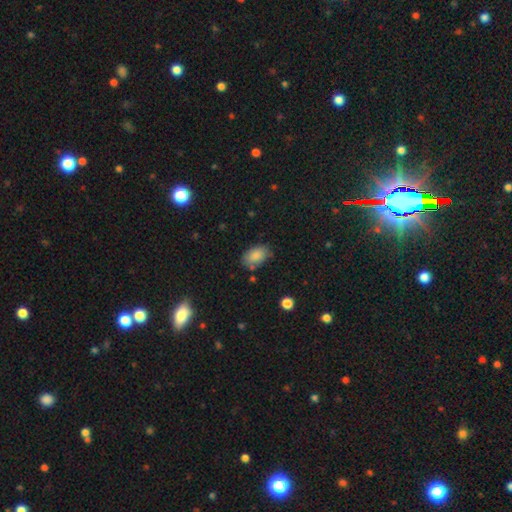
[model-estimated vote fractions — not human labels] Q: Smooth or featured?
A: smooth (86%); runner-up: star or artifact (8%)
Q: How rounded?
A: in between (92%); runner-up: round (7%)
Q: Merging?
A: none (77%); runner-up: minor disturbance (16%)